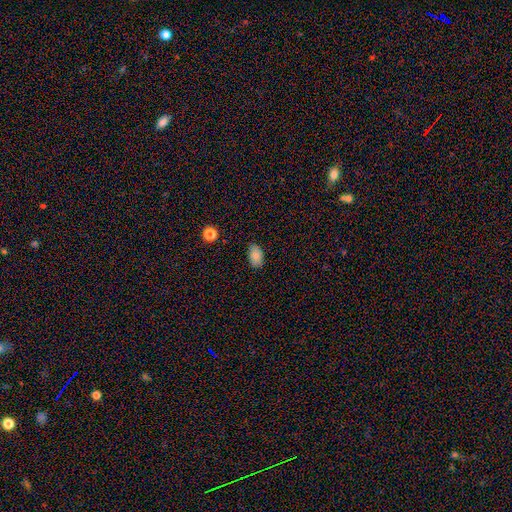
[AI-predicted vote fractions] Q: Smooth or featured?
A: smooth (84%); runner-up: star or artifact (9%)
Q: How rounded?
A: in between (91%); runner-up: round (8%)
Q: Merging?
A: none (83%); runner-up: minor disturbance (13%)